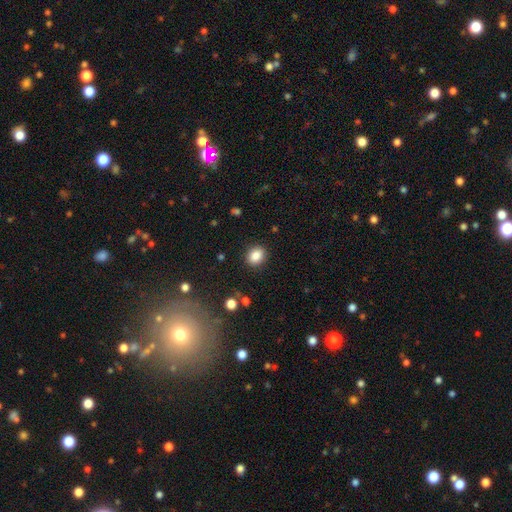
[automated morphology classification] Smooth or featured? smooth (86%)
How rounded? round (52%)
Merging? none (89%)